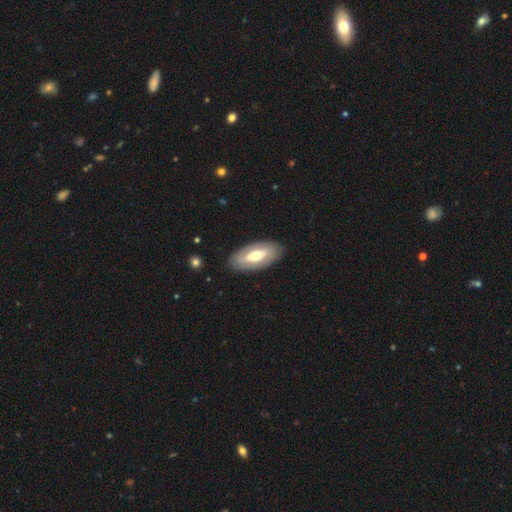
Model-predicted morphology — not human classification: Overall: featured or disk (49%; smooth 46%). Merging: none (86%).